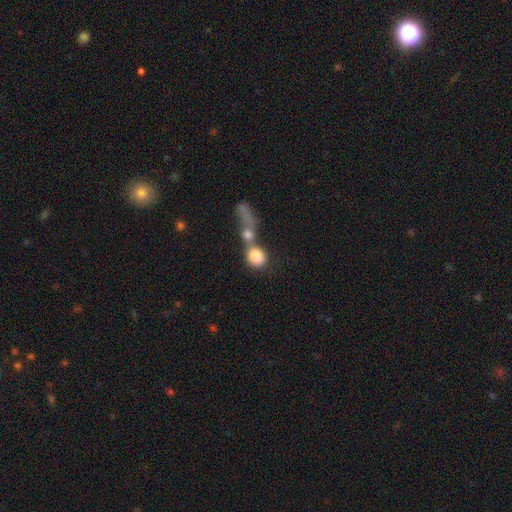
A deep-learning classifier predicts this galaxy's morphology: Overall: smooth (78%). How rounded: round (68%; in between 29%). Merging: merger (61%; none 22%).